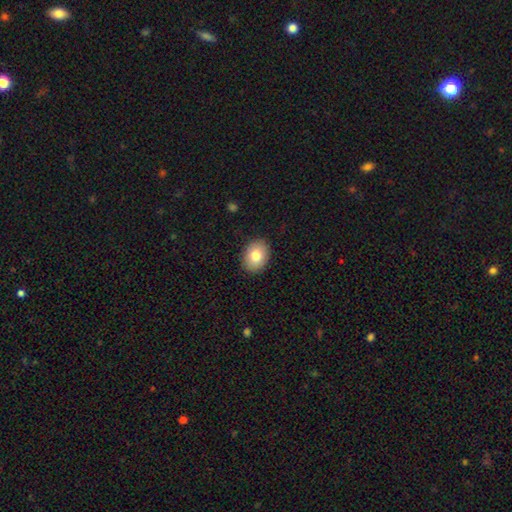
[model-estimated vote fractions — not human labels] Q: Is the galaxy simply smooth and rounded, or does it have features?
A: smooth — 80%.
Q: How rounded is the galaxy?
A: in between — 68%.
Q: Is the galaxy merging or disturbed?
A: none — 89%.